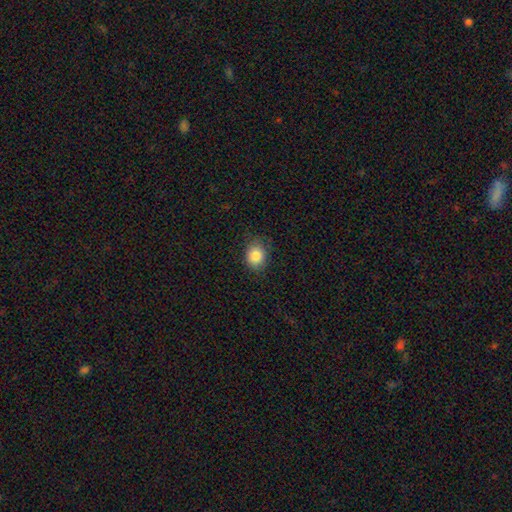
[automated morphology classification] Smooth or featured?
  - smooth: 85% *
  - star or artifact: 9%
  - featured or disk: 6%
How rounded?
  - round: 56% *
  - in between: 43%
  - cigar-shaped: 1%
Merging?
  - none: 80% *
  - minor disturbance: 15%
  - major disturbance: 4%
  - merger: 1%